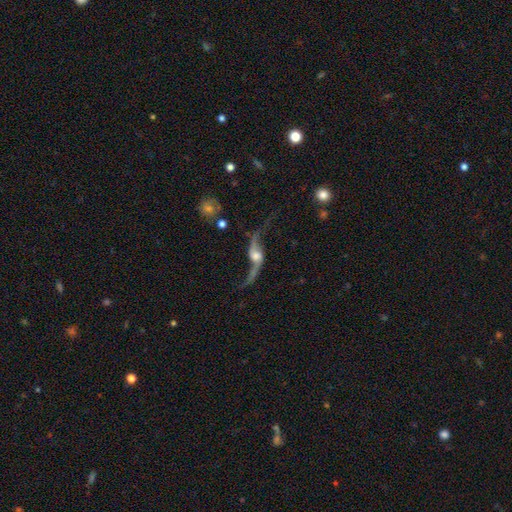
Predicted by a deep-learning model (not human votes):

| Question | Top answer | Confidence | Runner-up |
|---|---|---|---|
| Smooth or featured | featured or disk | 89% | smooth (6%) |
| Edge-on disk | no | 85% | yes (15%) |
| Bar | no | 55% | weak (31%) |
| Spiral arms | yes | 96% | no (4%) |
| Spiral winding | loose | 95% | medium (4%) |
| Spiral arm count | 2 | 94% | 1 (2%) |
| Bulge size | moderate | 45% | large (22%) |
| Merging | none | 62% | major disturbance (16%) |